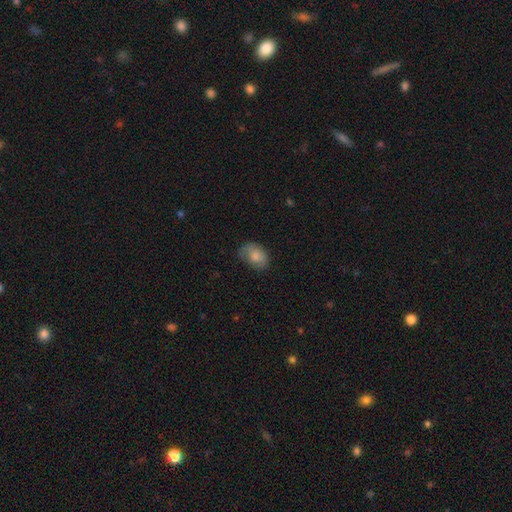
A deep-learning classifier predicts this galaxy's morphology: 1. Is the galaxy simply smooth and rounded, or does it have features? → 77% smooth, 16% featured or disk, 8% star or artifact.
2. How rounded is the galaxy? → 81% in between, 18% round, 1% cigar-shaped.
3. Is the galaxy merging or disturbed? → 57% none, 30% minor disturbance, 12% major disturbance, 2% merger.